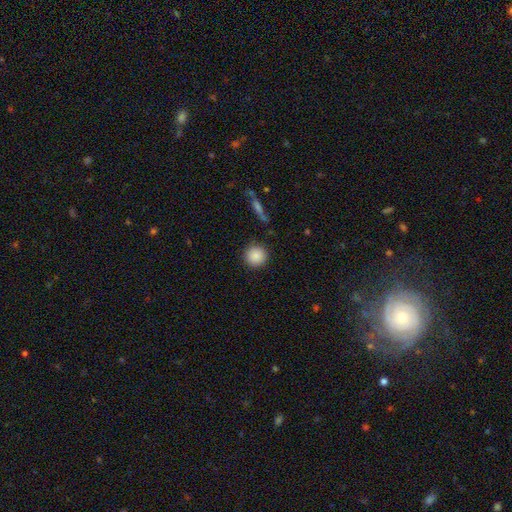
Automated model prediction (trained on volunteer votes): Q: Smooth or featured?
A: smooth (88%); runner-up: star or artifact (8%)
Q: How rounded?
A: round (94%); runner-up: in between (4%)
Q: Merging?
A: none (89%); runner-up: minor disturbance (6%)